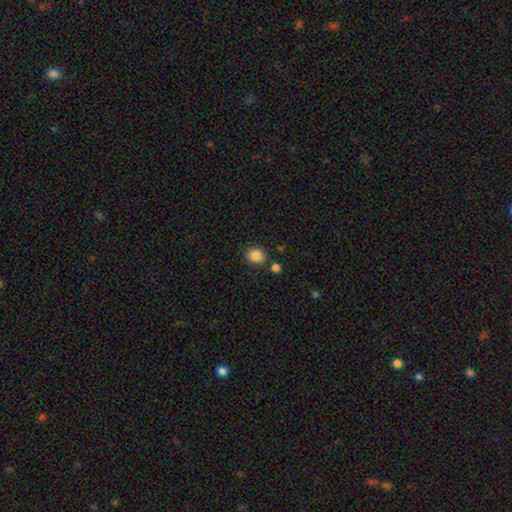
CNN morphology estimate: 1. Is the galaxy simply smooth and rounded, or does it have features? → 86% smooth, 10% star or artifact, 4% featured or disk.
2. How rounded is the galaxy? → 65% round, 34% in between, 1% cigar-shaped.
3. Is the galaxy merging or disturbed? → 81% none, 10% minor disturbance, 6% merger, 3% major disturbance.